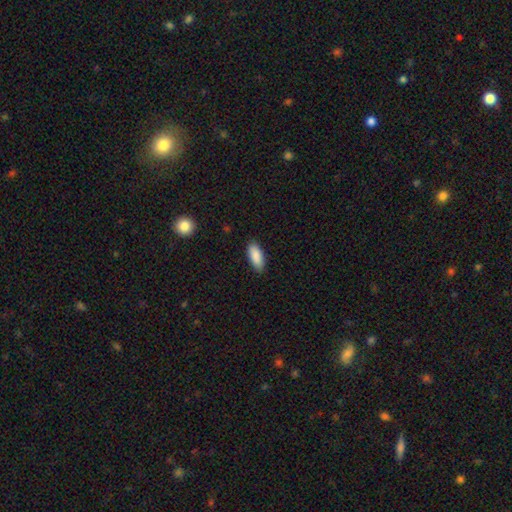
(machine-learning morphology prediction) The model was most divided on "how rounded": in between: 82%, cigar-shaped: 16%, round: 2%. More confident: smooth or featured — smooth (89%); merging — none (86%).